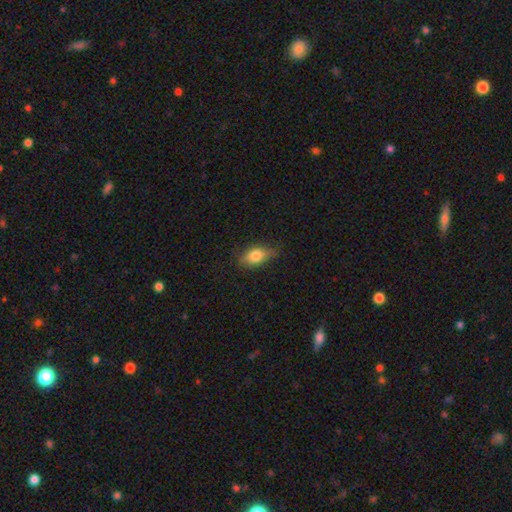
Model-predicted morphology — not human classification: Smooth or featured? Predicted: smooth (p=0.78). How rounded? Predicted: in between (p=0.83). Merging? Predicted: none (p=0.71).